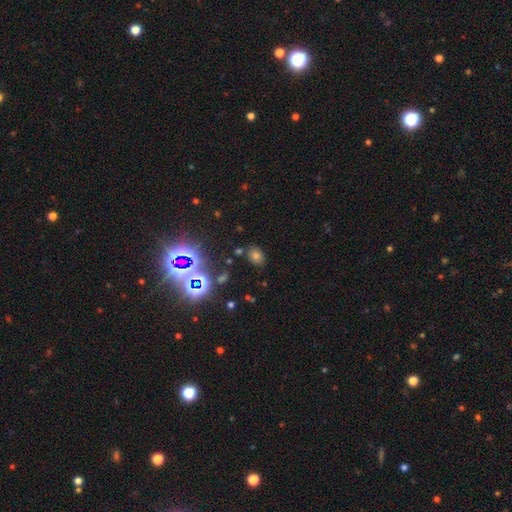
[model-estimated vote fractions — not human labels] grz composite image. It shows a star or artifact, not a galaxy (47%).